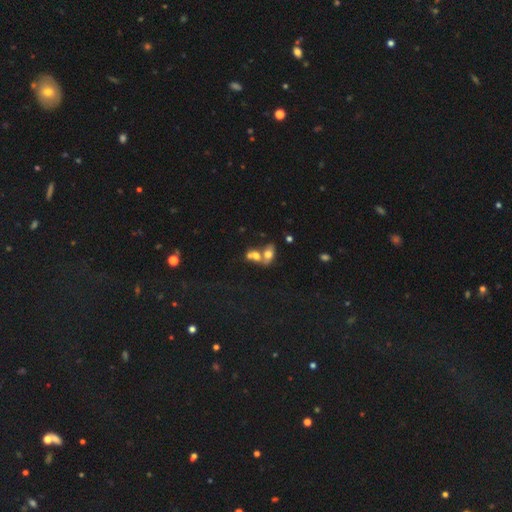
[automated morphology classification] smooth 61%, featured or disk 26%, star or artifact 13%. Down the decision tree: how rounded — in between (75%); merging — merger (65%).